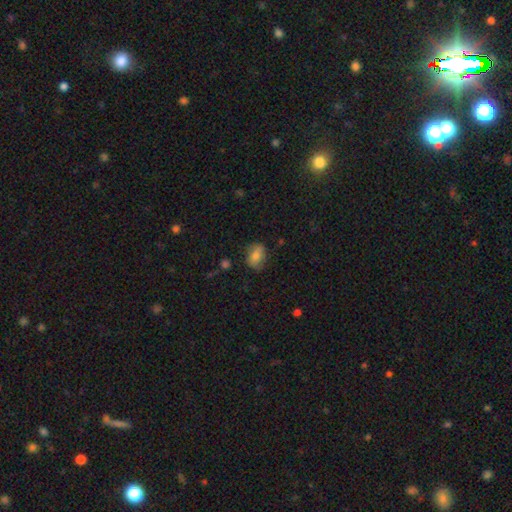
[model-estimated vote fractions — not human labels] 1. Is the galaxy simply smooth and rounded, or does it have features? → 72% smooth, 18% featured or disk, 9% star or artifact.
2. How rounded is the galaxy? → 65% in between, 34% round, 2% cigar-shaped.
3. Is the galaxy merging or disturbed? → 72% none, 21% minor disturbance, 5% major disturbance, 2% merger.